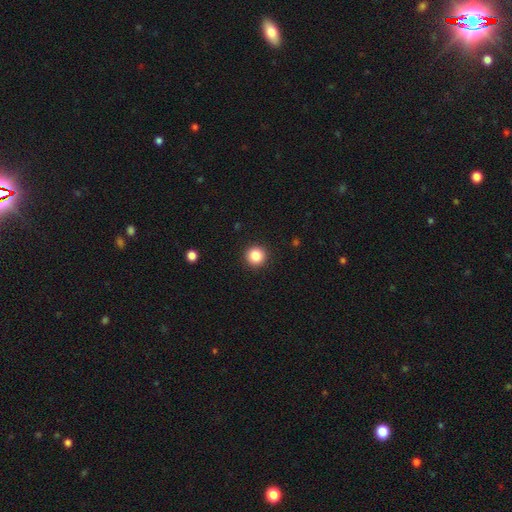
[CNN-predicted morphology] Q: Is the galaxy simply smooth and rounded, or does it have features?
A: smooth — 86%.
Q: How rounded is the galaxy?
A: round — 95%.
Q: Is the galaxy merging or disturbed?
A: none — 93%.